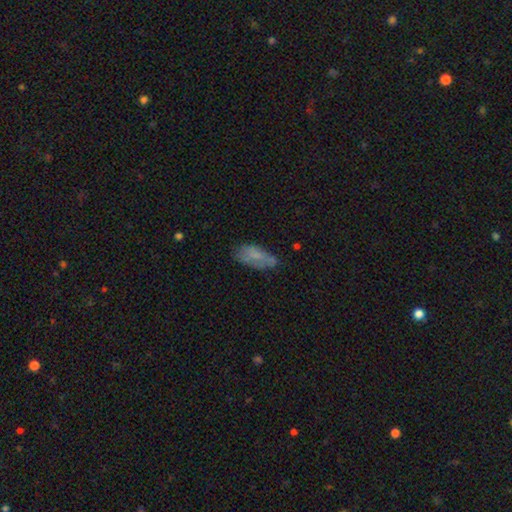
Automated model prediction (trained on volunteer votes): A smooth galaxy with no disk features (69%) that is in between round and cigar-shaped (83%).

Vote fractions:
- Smooth or featured? smooth: 69% / featured or disk: 22% / star or artifact: 9%
- How rounded? in between: 83% / cigar-shaped: 15% / round: 2%
- Merging? none: 52% / minor disturbance: 32% / major disturbance: 12% / merger: 4%